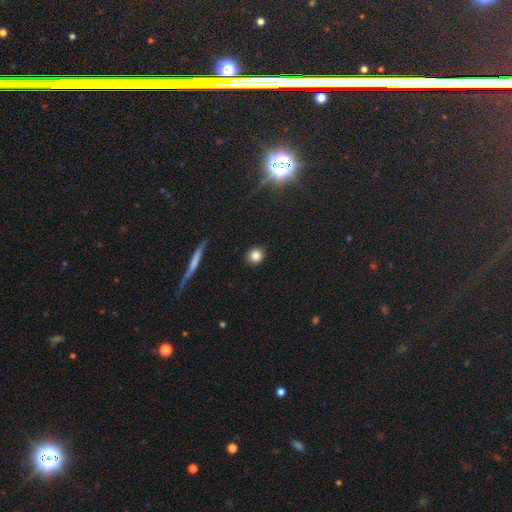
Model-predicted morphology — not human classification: This is clearly a smooth galaxy (83%). How rounded: clearly round (86%). Merging: clearly none (91%).